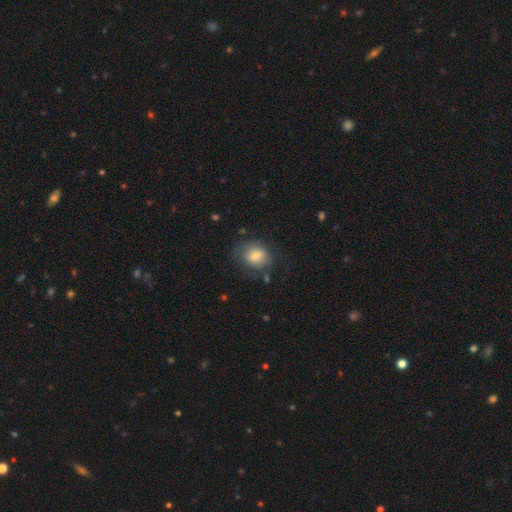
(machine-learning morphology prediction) Smooth or featured? Predicted: smooth (p=0.71). How rounded? Predicted: round (p=0.53). Merging? Predicted: none (p=0.66).